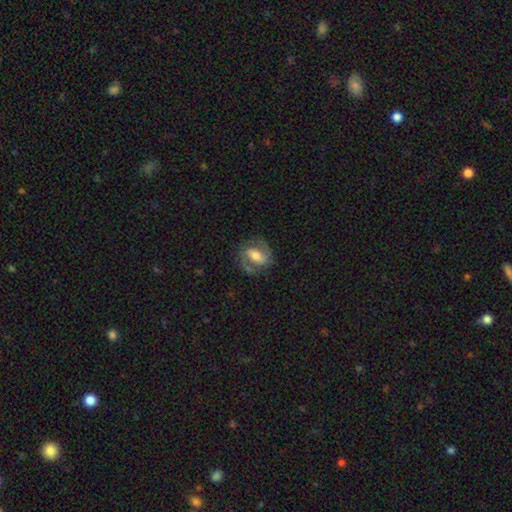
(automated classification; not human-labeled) Overall: featured or disk (70%). Edge-on disk: no (97%). Bar: weak (41%; strong 35%). Spiral arms: yes (87%). Spiral arm count: 2 (86%). Spiral winding: medium (52%; tight 28%). Bulge size: moderate (56%; small 20%). Merging: none (70%).